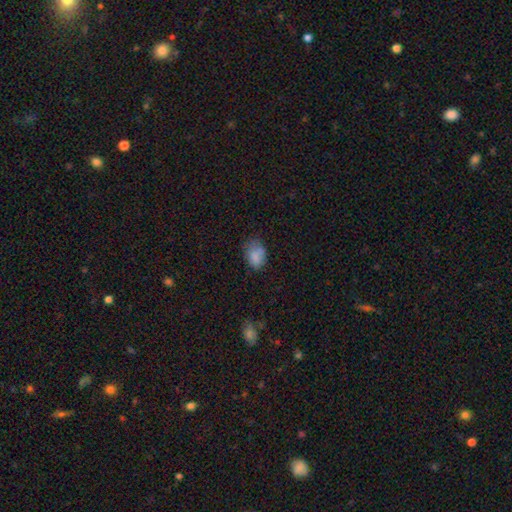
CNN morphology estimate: smooth_or_featured: smooth (p=0.79) [alt: featured or disk p=0.11]
how_rounded: in between (p=0.74) [alt: round p=0.24]
merging: none (p=0.53) [alt: minor disturbance p=0.30]